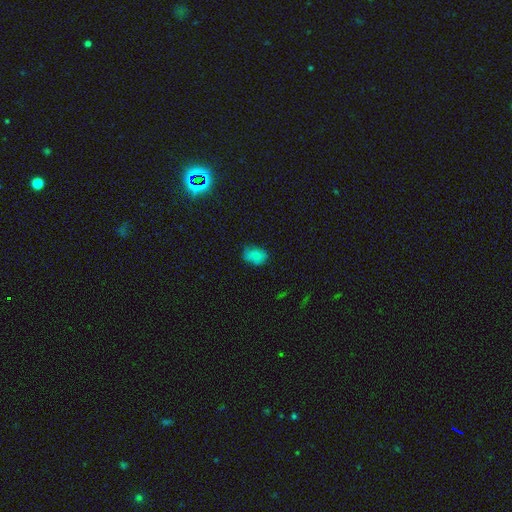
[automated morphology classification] Smooth or featured?
  - smooth: 81% *
  - star or artifact: 12%
  - featured or disk: 7%
How rounded?
  - in between: 81% *
  - round: 18%
  - cigar-shaped: 1%
Merging?
  - none: 69% *
  - minor disturbance: 24%
  - major disturbance: 6%
  - merger: 2%